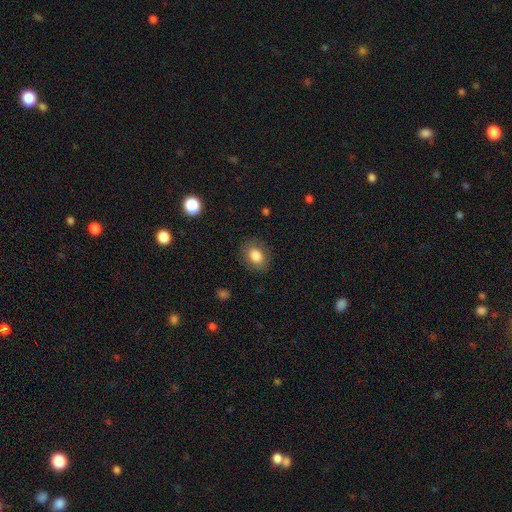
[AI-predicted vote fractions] Smooth or featured: smooth — 82% (featured or disk — 10%)
How rounded: in between — 55% (round — 45%)
Merging: none — 85% (minor disturbance — 11%)